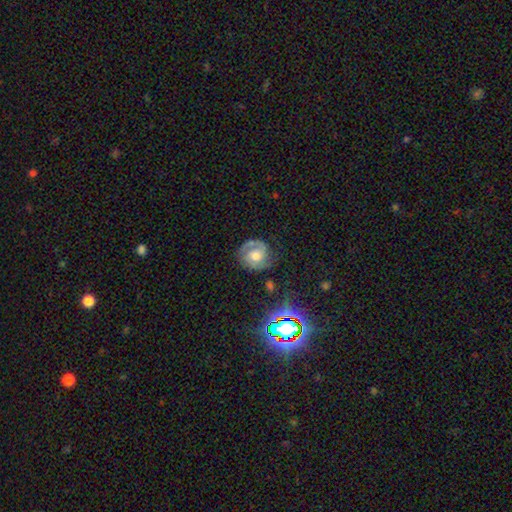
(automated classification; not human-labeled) Smooth or featured: featured or disk — 70% (smooth — 21%)
Edge-on disk: no — 98% (yes — 2%)
Bar: no — 71% (weak — 25%)
Spiral arms: yes — 91% (no — 9%)
Spiral winding: tight — 50% (medium — 38%)
Spiral arm count: 2 — 60% (1 — 23%)
Bulge size: moderate — 58% (large — 22%)
Merging: none — 67% (minor disturbance — 20%)